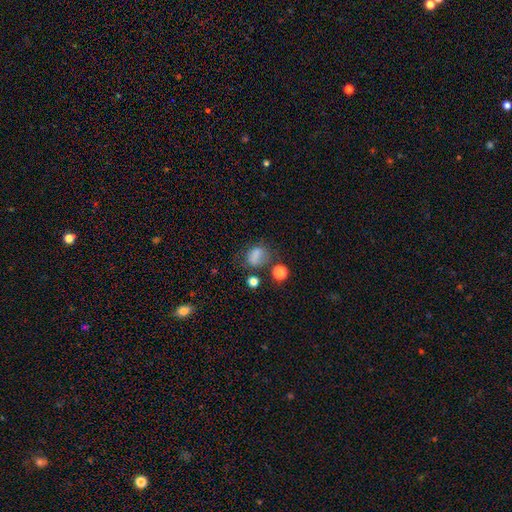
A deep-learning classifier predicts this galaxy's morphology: smooth_or_featured: smooth (p=0.75) [alt: star or artifact p=0.15]
how_rounded: in between (p=0.58) [alt: round p=0.40]
merging: none (p=0.51) [alt: minor disturbance p=0.24]